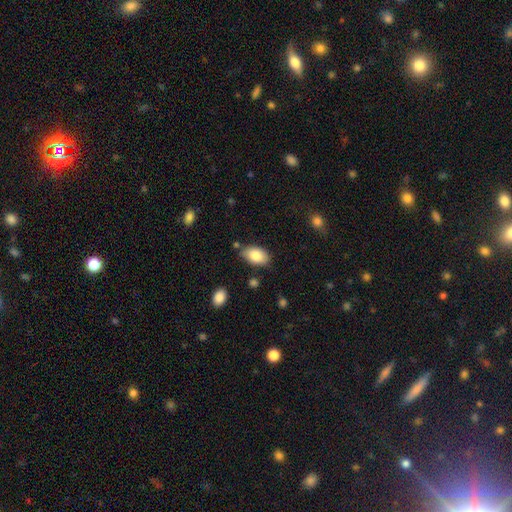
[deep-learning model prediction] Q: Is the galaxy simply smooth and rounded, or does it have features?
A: smooth — 84%.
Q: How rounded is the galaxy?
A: in between — 93%.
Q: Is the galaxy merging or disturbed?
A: none — 78%.